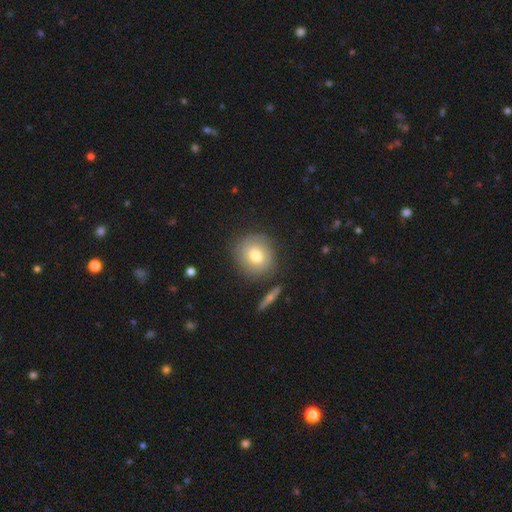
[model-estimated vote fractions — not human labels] A smooth galaxy with no disk features (74%) that is round (83%). Merging: none (80%).